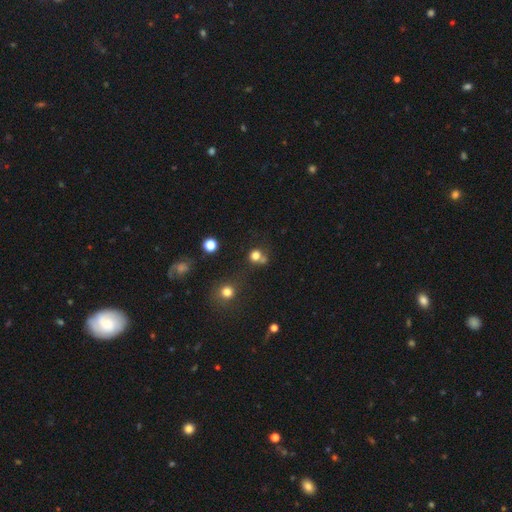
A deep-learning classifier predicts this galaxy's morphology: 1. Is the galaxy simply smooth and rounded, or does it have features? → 75% smooth, 17% star or artifact, 8% featured or disk.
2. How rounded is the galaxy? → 86% round, 13% in between, 1% cigar-shaped.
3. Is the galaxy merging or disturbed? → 55% none, 26% merger, 12% minor disturbance, 6% major disturbance.